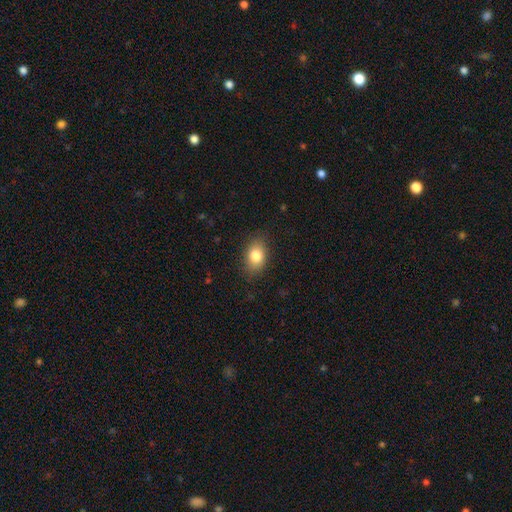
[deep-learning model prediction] This is clearly a smooth galaxy (81%). How rounded: likely in between (79%). Merging: clearly none (85%).